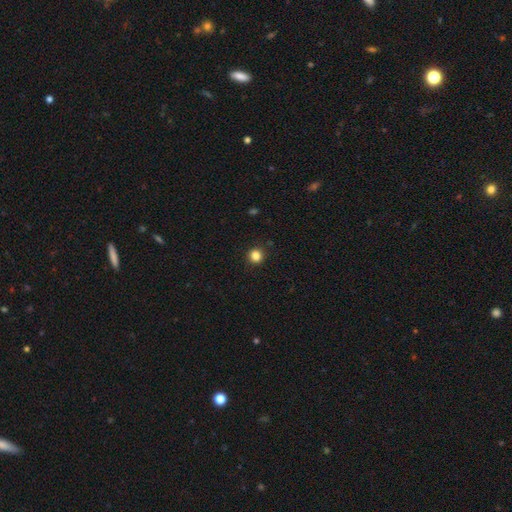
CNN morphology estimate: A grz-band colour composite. It shows a smooth galaxy with no disk features (84%) that is round (91%). Merging: none (91%).